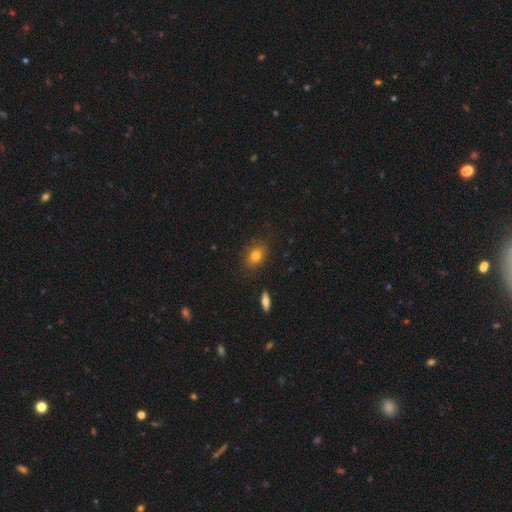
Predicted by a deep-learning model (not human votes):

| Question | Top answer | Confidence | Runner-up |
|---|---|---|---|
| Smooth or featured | smooth | 79% | featured or disk (11%) |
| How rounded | in between | 65% | round (33%) |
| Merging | none | 83% | minor disturbance (12%) |